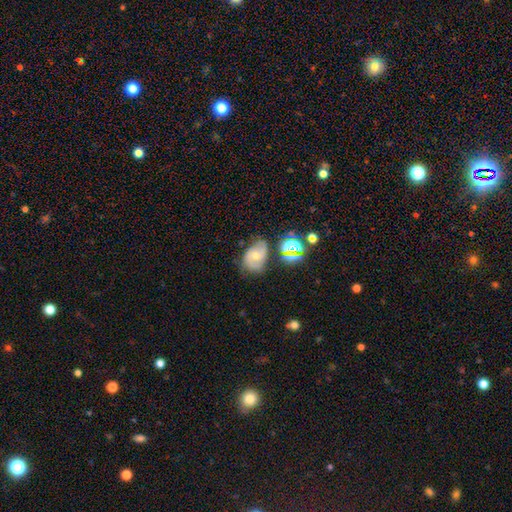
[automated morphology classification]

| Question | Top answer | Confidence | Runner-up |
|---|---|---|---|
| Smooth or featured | featured or disk | 65% | star or artifact (19%) |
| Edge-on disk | no | 97% | yes (3%) |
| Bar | no | 58% | weak (32%) |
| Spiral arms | yes | 93% | no (7%) |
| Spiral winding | tight | 45% | medium (43%) |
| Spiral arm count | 2 | 52% | can't tell (18%) |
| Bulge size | small | 52% | moderate (43%) |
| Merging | none | 66% | minor disturbance (18%) |